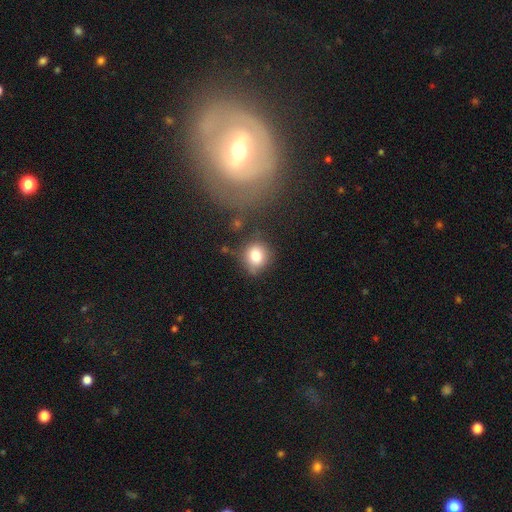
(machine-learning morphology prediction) type=smooth (79%); roundness=round (80%); merging=none (67%).